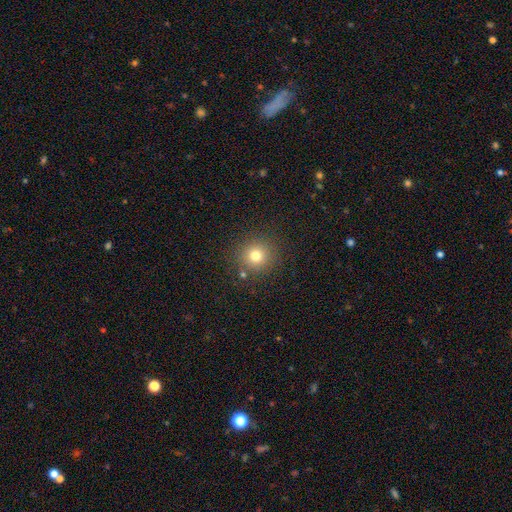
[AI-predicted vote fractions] This appears to be a smooth galaxy with no disk features (77%) that is round (94%). Merging: none (87%).